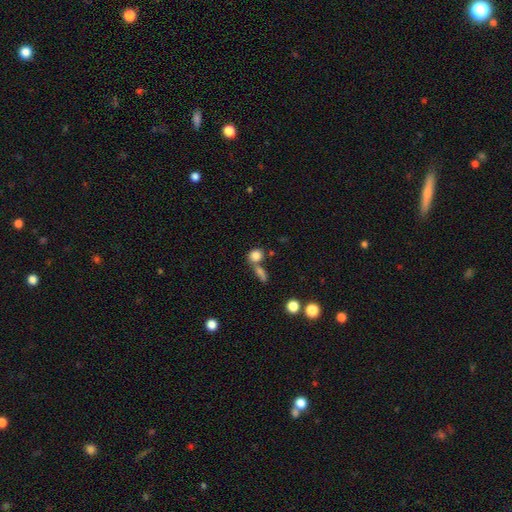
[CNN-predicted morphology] Q: Smooth or featured?
A: smooth (82%); runner-up: star or artifact (10%)
Q: How rounded?
A: round (69%); runner-up: in between (28%)
Q: Merging?
A: none (52%); runner-up: merger (34%)